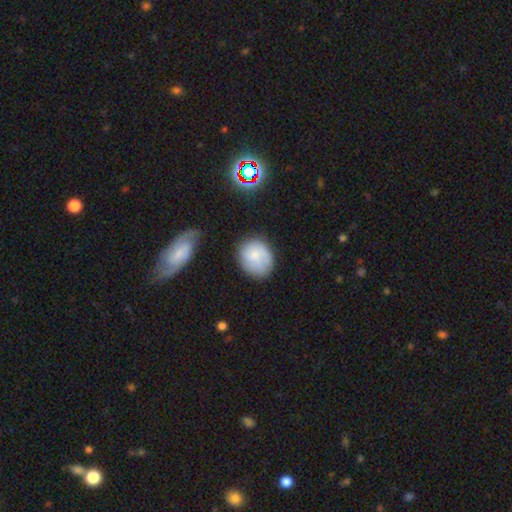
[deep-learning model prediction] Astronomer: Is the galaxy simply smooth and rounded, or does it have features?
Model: smooth — 74%.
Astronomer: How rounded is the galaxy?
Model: round — 66%.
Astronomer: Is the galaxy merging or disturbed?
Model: none — 67%.